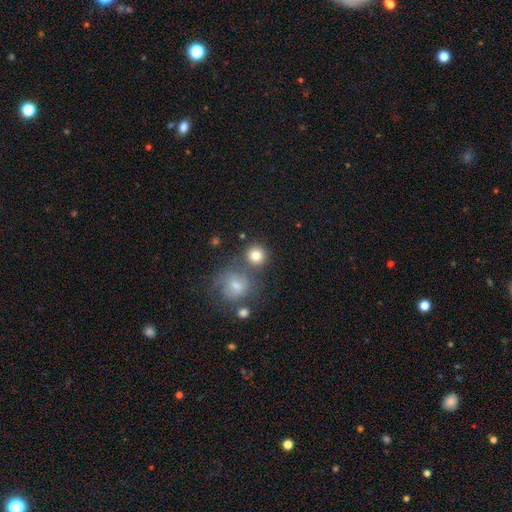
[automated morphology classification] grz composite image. It shows a smooth galaxy with no disk features (82%) that is round (90%). Merging: none (67%).